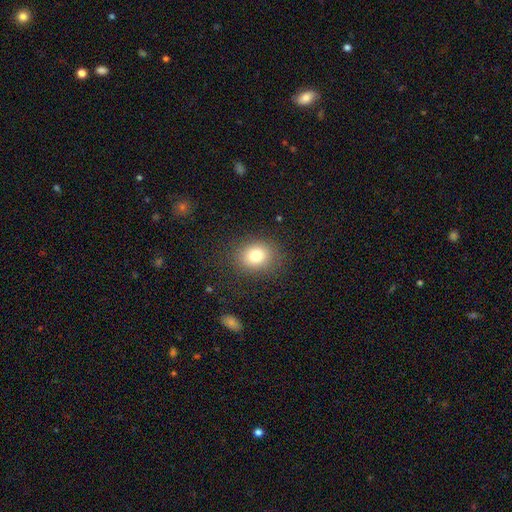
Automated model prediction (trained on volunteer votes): This appears to be a smooth galaxy with no disk features (79%) that is round (57%). Merging: none (83%).